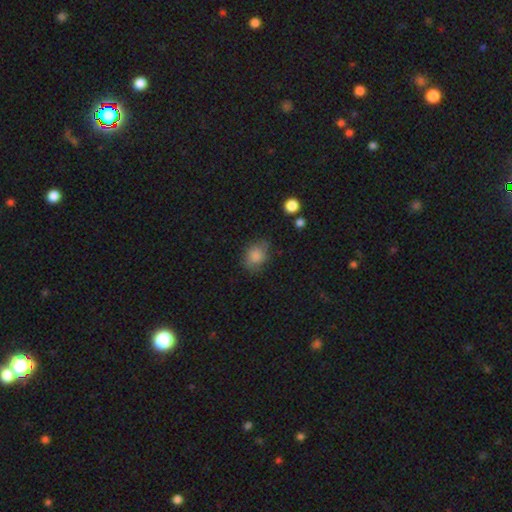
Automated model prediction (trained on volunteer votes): Q: Smooth or featured?
A: smooth (82%); runner-up: star or artifact (9%)
Q: How rounded?
A: in between (51%); runner-up: round (48%)
Q: Merging?
A: none (66%); runner-up: minor disturbance (24%)